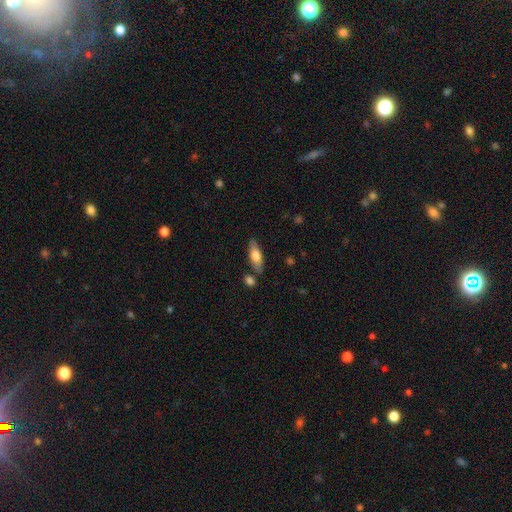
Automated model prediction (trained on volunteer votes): A smooth galaxy with no disk features (69%) that is in between round and cigar-shaped (62%). Merging: none (78%).